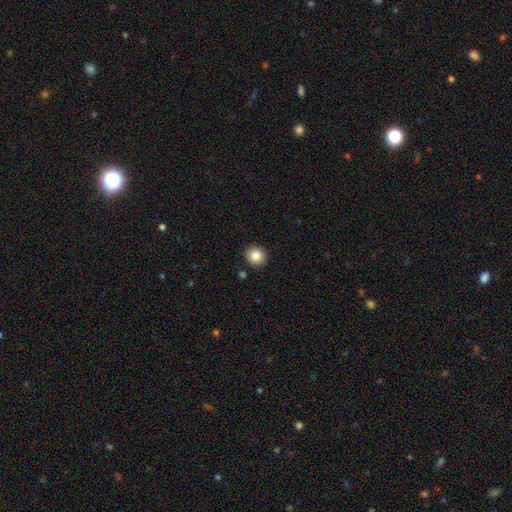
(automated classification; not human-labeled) smooth-or-featured: smooth: 83% | star or artifact: 10% | featured or disk: 7%
  how-rounded: round: 88% | in between: 11% | cigar-shaped: 1%
  merging: none: 91% | minor disturbance: 6% | merger: 2% | major disturbance: 2%